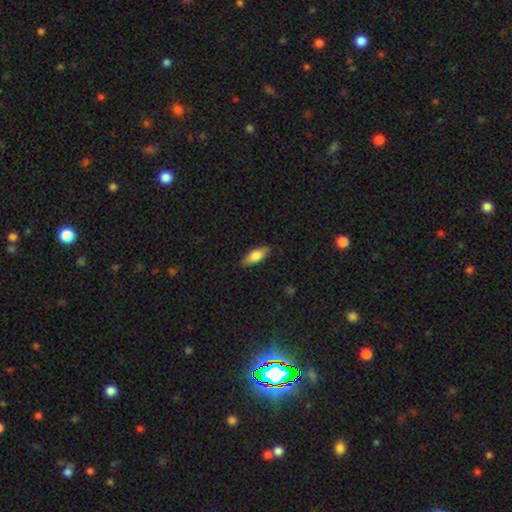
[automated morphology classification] A smooth galaxy with no disk features (78%) that is in between round and cigar-shaped (73%). Merging: none (86%).